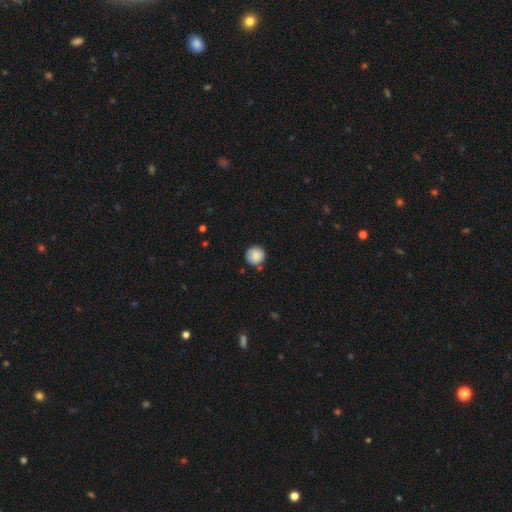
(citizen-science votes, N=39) Smooth or featured? 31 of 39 (79%) said smooth. How rounded? 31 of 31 (100%) said round. Merging? 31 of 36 (86%) said none.